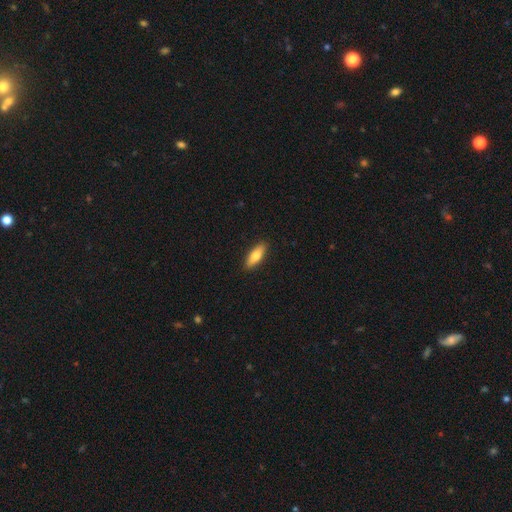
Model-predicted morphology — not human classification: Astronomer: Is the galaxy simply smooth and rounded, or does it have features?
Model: smooth — 75%.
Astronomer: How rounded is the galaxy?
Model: in between — 63%.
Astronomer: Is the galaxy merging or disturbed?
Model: none — 90%.